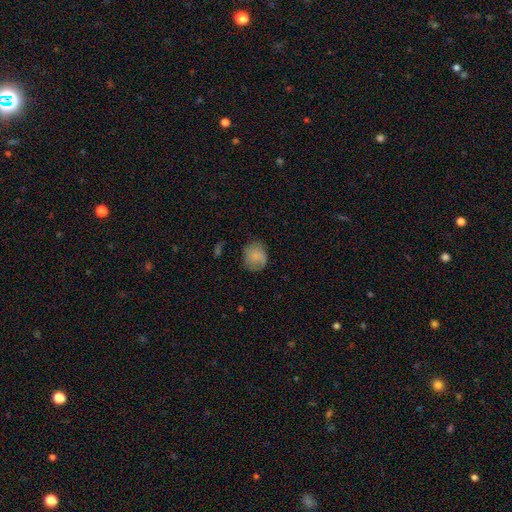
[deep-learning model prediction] The model was most divided on "merging": none: 65%, minor disturbance: 25%, major disturbance: 8%, merger: 2%. More confident: smooth or featured — smooth (80%); how rounded — round (73%).